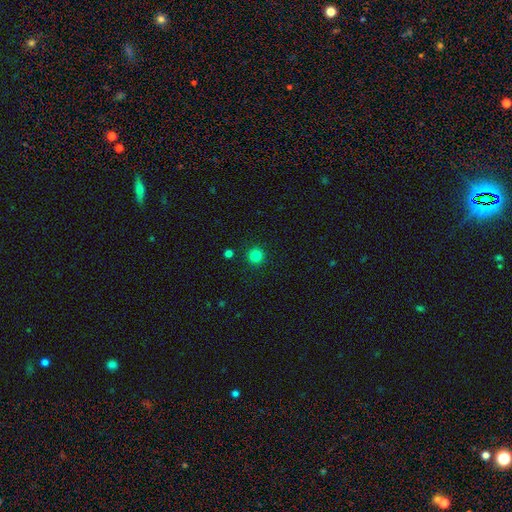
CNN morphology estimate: A smooth galaxy with no disk features (83%) that is round (95%). Merging: none (91%).